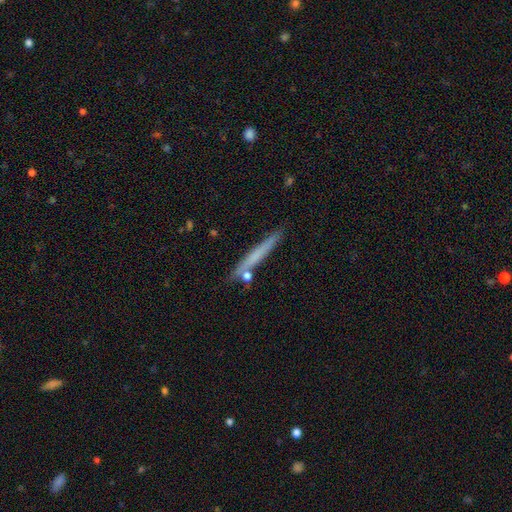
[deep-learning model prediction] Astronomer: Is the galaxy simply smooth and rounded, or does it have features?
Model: smooth — 57% (runner-up: featured or disk, 36%).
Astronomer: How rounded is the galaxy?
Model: cigar-shaped — 96%.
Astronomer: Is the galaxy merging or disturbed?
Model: none — 82%.